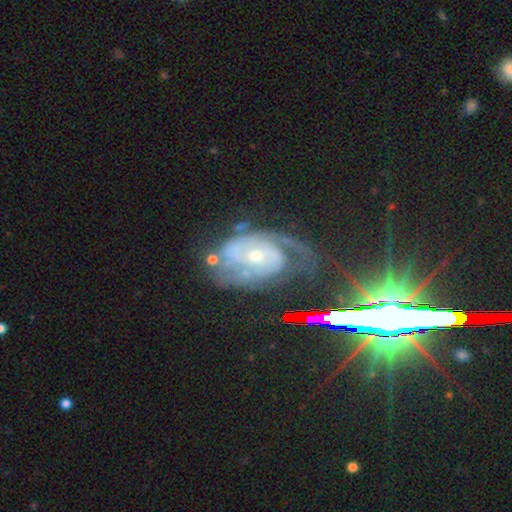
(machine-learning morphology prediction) The model was most divided on "bulge size": small: 50%, moderate: 46%, large: 2%, none: 1%, dominant: 1%. Remaining: edge-on disk — no (96%); spiral arms — yes (92%); smooth or featured — featured or disk (80%); bar — no (67%); spiral winding — tight (51%); merging — none (50%); spiral arm count — 2 (44%).